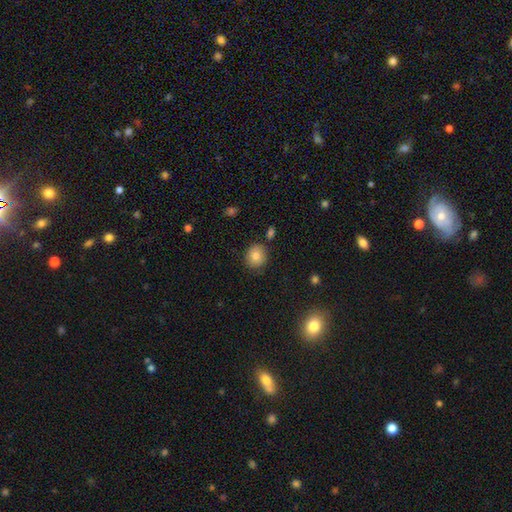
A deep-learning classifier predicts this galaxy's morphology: Smooth or featured: smooth — 83% (star or artifact — 9%)
How rounded: round — 82% (in between — 17%)
Merging: none — 83% (minor disturbance — 11%)